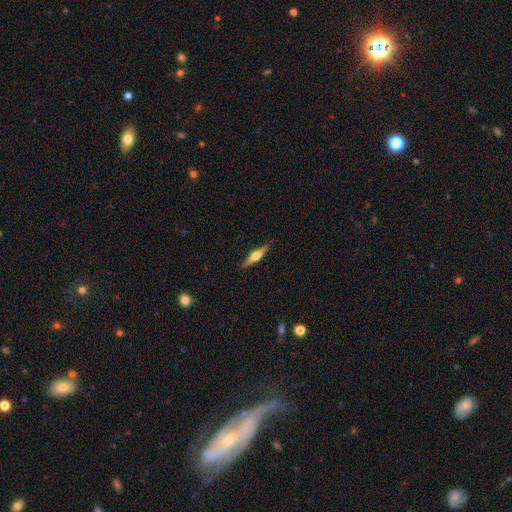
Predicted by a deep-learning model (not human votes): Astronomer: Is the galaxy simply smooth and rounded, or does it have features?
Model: featured or disk — 61%.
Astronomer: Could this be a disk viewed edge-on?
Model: yes — 97%.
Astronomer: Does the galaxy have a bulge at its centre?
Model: rounded — 89%.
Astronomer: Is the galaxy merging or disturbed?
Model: none — 88%.